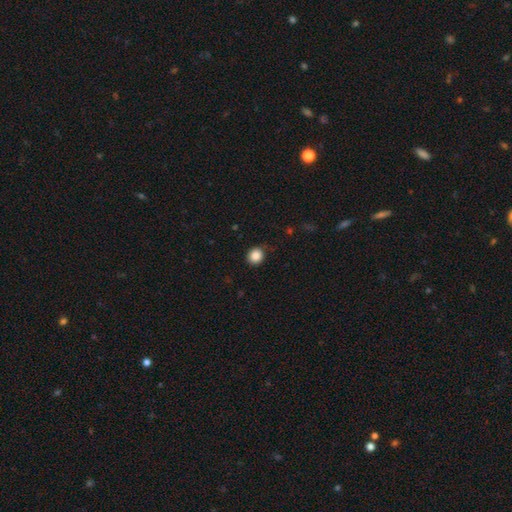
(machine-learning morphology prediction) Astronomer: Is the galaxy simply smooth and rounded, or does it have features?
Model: smooth — 87%.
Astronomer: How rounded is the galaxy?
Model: round — 81%.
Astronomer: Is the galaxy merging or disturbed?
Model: none — 86%.